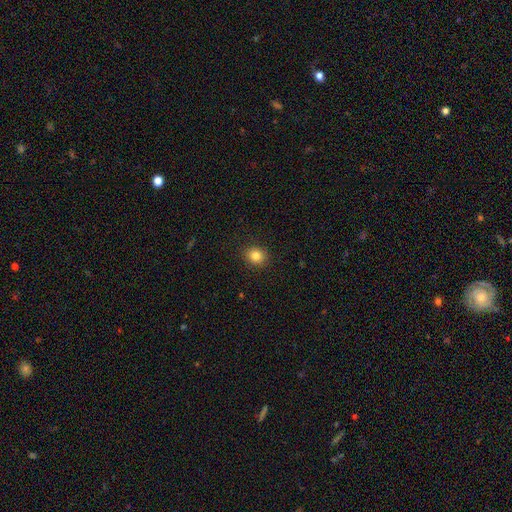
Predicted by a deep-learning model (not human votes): A smooth galaxy with no disk features (83%) that is round (75%). Merging: none (91%).